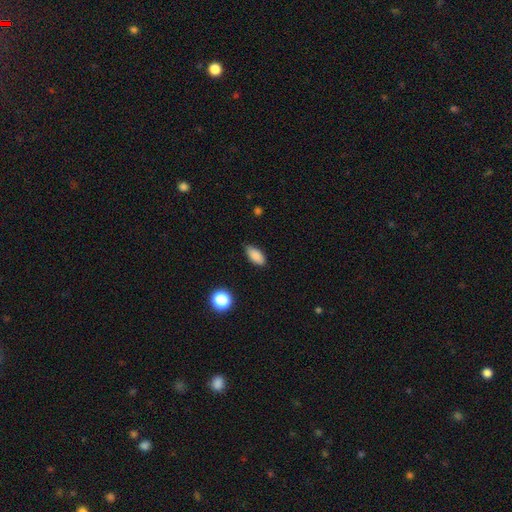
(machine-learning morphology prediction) smooth 86%, star or artifact 9%, featured or disk 5%. Down the decision tree: how rounded — in between (88%); merging — none (81%).